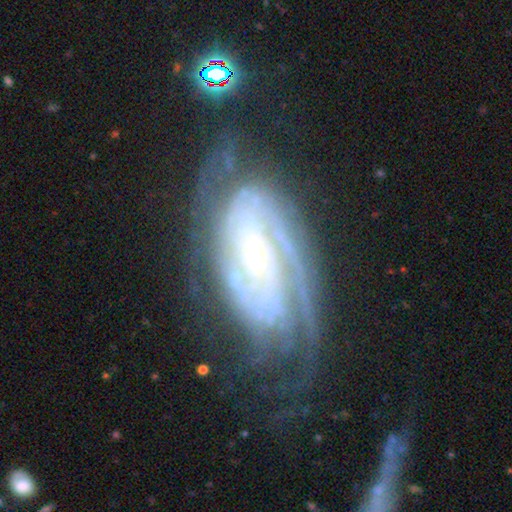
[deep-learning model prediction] smooth_or_featured: featured or disk (p=0.87) [alt: star or artifact p=0.06]
disk_edge_on: no (p=0.95) [alt: yes p=0.05]
bar: weak (p=0.39) [alt: no p=0.34]
has_spiral_arms: yes (p=0.97) [alt: no p=0.03]
spiral_winding: tight (p=0.73) [alt: medium p=0.22]
spiral_arm_count: 2 (p=0.30) [alt: can't tell p=0.29]
bulge_size: small (p=0.73) [alt: moderate p=0.18]
merging: none (p=0.62) [alt: minor disturbance p=0.22]